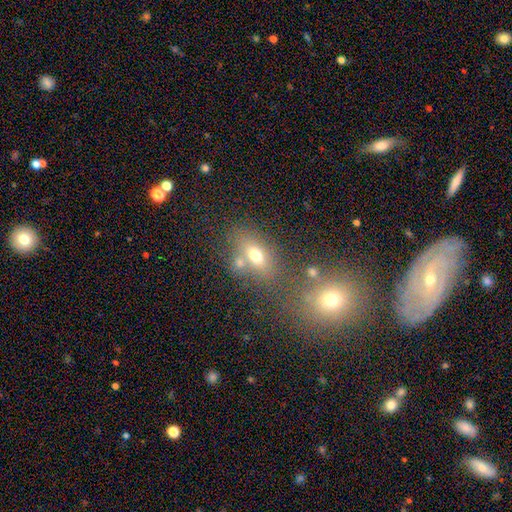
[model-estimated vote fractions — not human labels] Overall: smooth (65%). How rounded: in between (73%). Merging: none (54%; merger 25%).